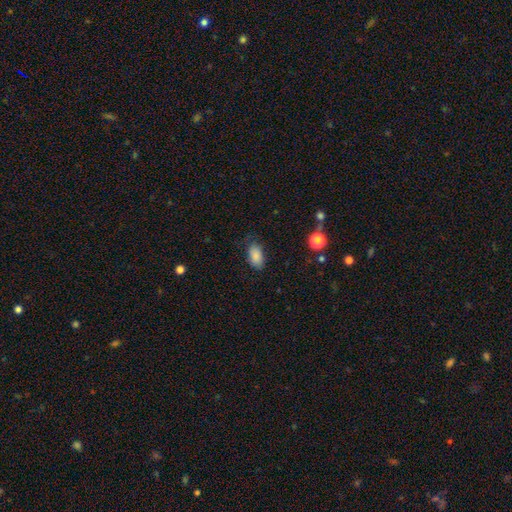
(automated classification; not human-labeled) Smooth or featured? smooth (87%)
How rounded? in between (92%)
Merging? none (75%)